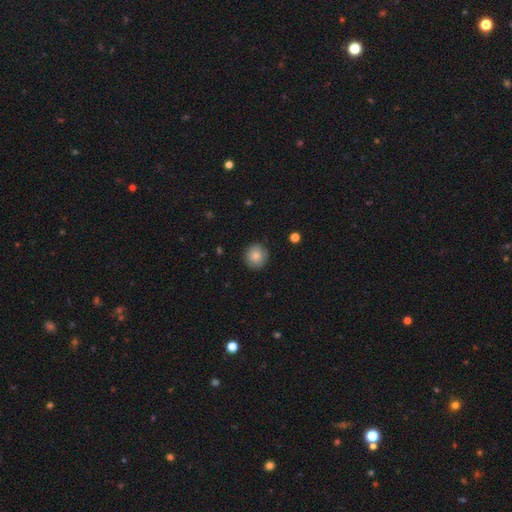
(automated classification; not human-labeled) smooth-or-featured: smooth: 83% | featured or disk: 9% | star or artifact: 8%
  how-rounded: round: 92% | in between: 7% | cigar-shaped: 1%
  merging: none: 87% | minor disturbance: 10% | major disturbance: 2% | merger: 1%